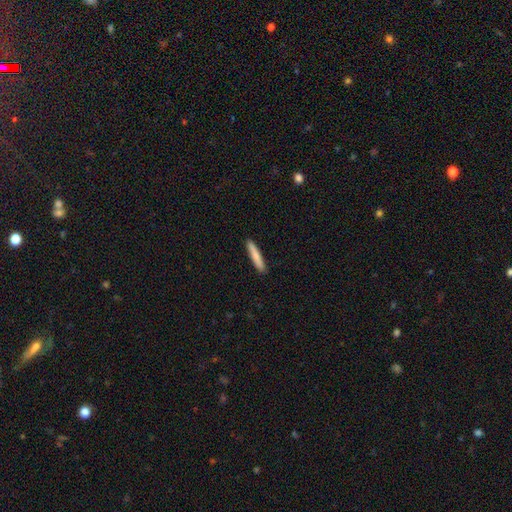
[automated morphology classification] This appears to be a smooth galaxy with no disk features (78%) that is cigar-shaped (93%). Merging: none (91%).